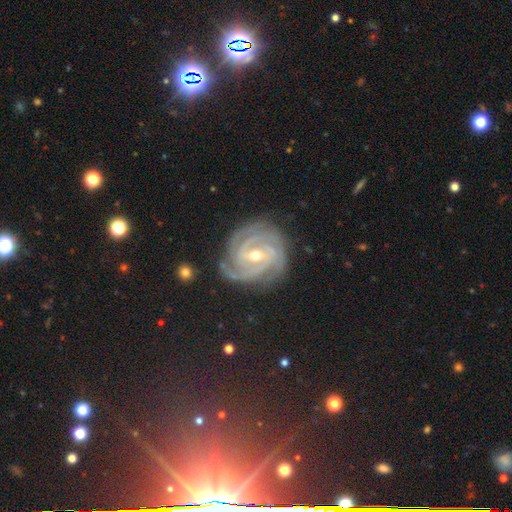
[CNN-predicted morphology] This appears to be a featured or disk galaxy (92%) with a weak bar (47%), 3 (40%) tight (79%) spiral arms (99%) and a small central bulge (50%). Merging: none (79%).